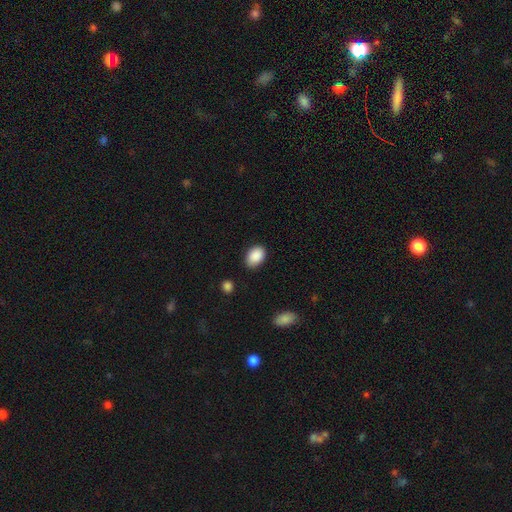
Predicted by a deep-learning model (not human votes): A smooth galaxy with no disk features (89%) that is in between round and cigar-shaped (82%).

Vote fractions:
- Smooth or featured? smooth: 89% / star or artifact: 7% / featured or disk: 3%
- How rounded? in between: 82% / round: 17% / cigar-shaped: 1%
- Merging? none: 80% / minor disturbance: 15% / major disturbance: 3% / merger: 2%